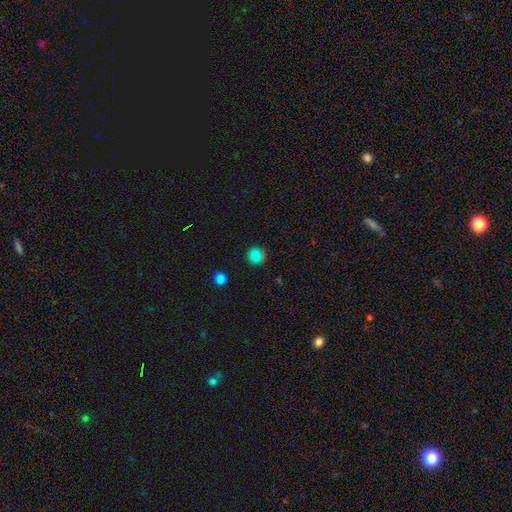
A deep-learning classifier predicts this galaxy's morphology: Smooth or featured: smooth — 76% (star or artifact — 16%)
How rounded: round — 90% (in between — 9%)
Merging: none — 82% (minor disturbance — 11%)